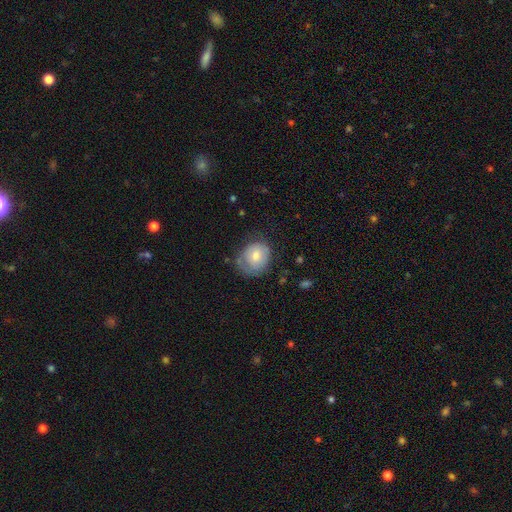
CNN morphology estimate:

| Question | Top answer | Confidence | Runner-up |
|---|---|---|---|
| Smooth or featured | smooth | 71% | featured or disk (21%) |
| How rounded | round | 63% | in between (36%) |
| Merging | none | 56% | minor disturbance (30%) |